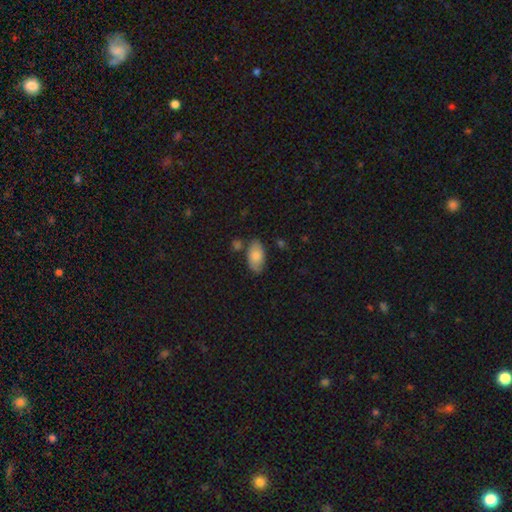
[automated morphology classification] The model was most divided on "merging": none: 72%, minor disturbance: 17%, merger: 6%, major disturbance: 4%. More confident: how rounded — in between (94%); smooth or featured — smooth (82%).